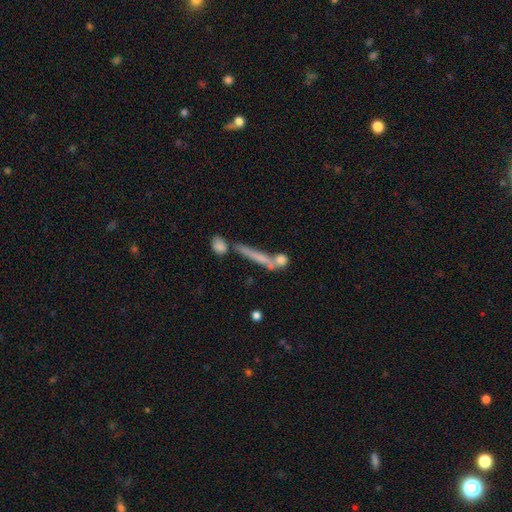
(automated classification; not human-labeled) Smooth or featured? Predicted: smooth (p=0.55). How rounded? Predicted: cigar-shaped (p=0.86). Merging? Predicted: none (p=0.55).